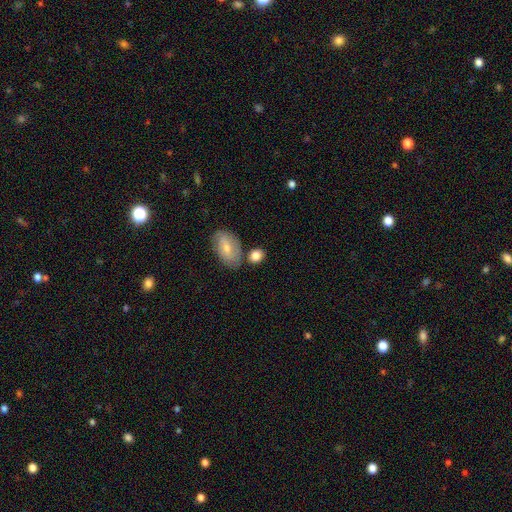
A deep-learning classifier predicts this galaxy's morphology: type=smooth (82%); roundness=in between (59%); merging=none (65%).